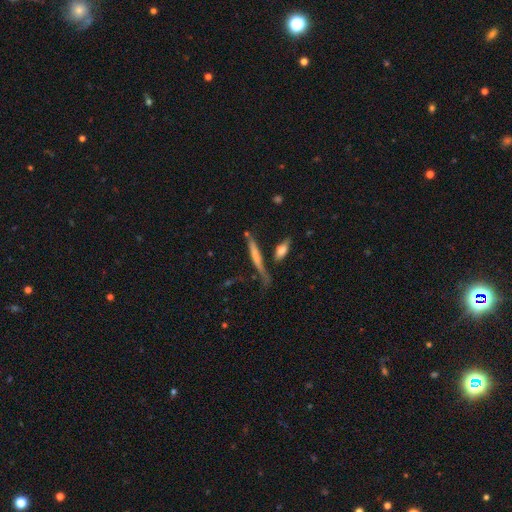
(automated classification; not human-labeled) This is possibly a smooth galaxy (52%). How rounded: clearly cigar-shaped (91%). Merging: possibly none (60%).